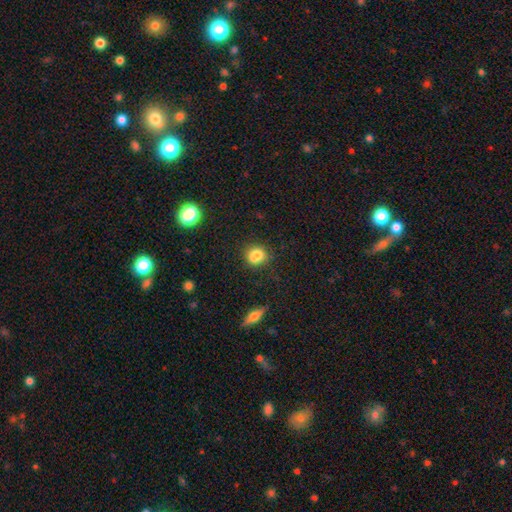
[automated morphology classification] This is clearly a smooth galaxy (81%). How rounded: likely round (67%). Merging: likely none (74%).